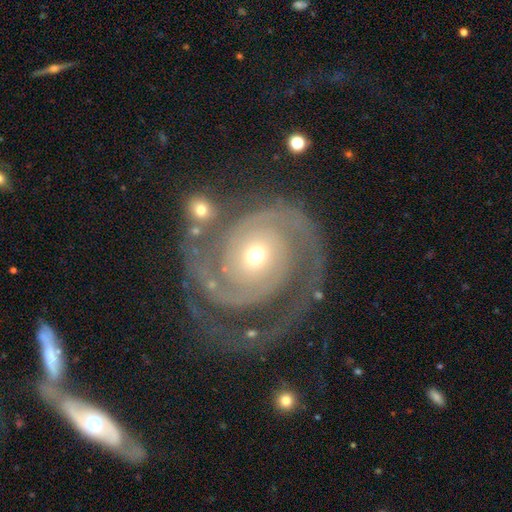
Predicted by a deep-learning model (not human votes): Smooth or featured?
  - featured or disk: 92% *
  - star or artifact: 4%
  - smooth: 3%
Edge-on disk?
  - no: 98% *
  - yes: 2%
Bar?
  - no: 75% *
  - weak: 18%
  - strong: 7%
Spiral arms?
  - yes: 98% *
  - no: 2%
Spiral winding?
  - tight: 63% *
  - medium: 31%
  - loose: 7%
Spiral arm count?
  - 2: 87% *
  - 3: 4%
  - can't tell: 3%
  - 1: 2%
  - 4: 2%
  - more than 4: 2%
Bulge size?
  - small: 48% *
  - moderate: 47%
  - large: 3%
  - dominant: 1%
  - none: 1%
Merging?
  - none: 65% *
  - minor disturbance: 15%
  - major disturbance: 14%
  - merger: 6%